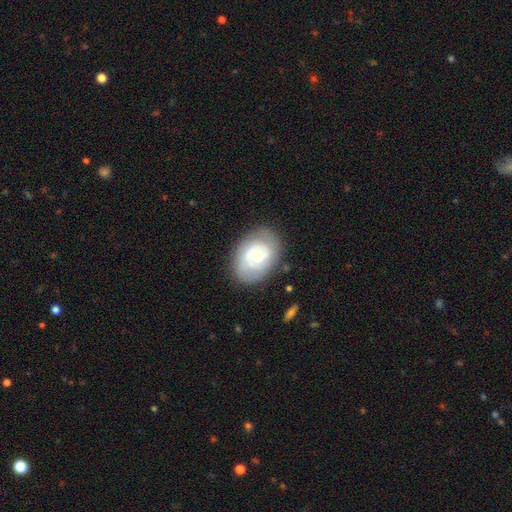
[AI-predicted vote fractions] Overall: featured or disk (57%; smooth 36%). Edge-on disk: no (97%). Bar: no (68%). Spiral arms: yes (83%). Bulge size: small (57%; moderate 20%). Merging: none (74%).